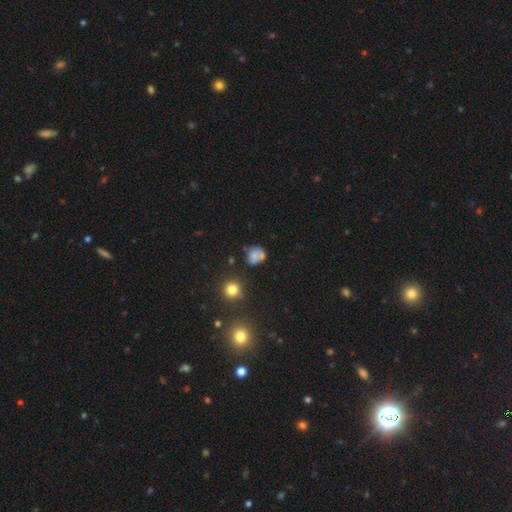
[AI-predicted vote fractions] The model was most divided on "merging": none: 51%, minor disturbance: 23%, merger: 17%, major disturbance: 9%. More confident: how rounded — round (70%); smooth or featured — smooth (69%).